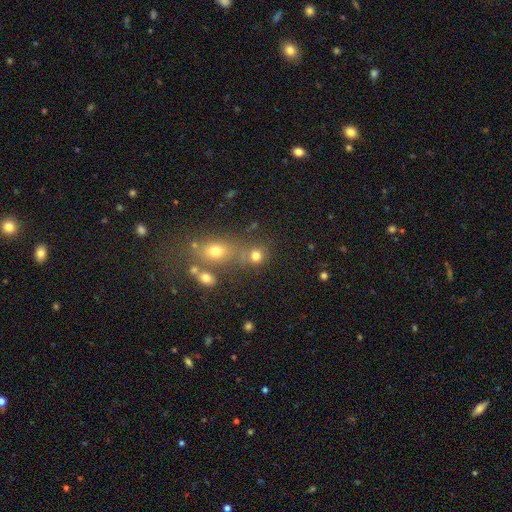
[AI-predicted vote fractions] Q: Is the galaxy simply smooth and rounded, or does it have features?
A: smooth — 74%.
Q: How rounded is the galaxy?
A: round — 77%.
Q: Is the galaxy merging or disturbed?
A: none — 55%.